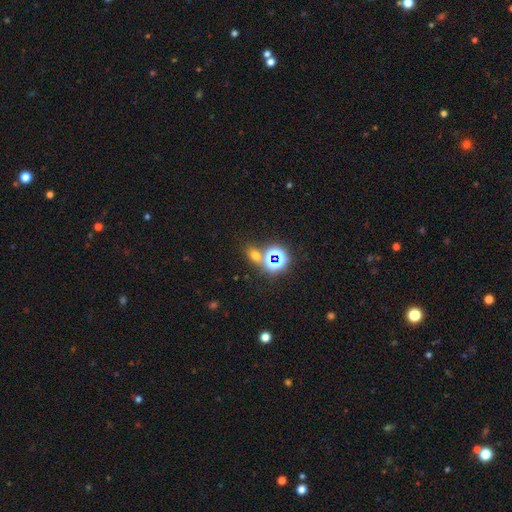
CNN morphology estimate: This appears to be a smooth galaxy with no disk features (51%) that is in between round and cigar-shaped (53%). Merging: none (68%).